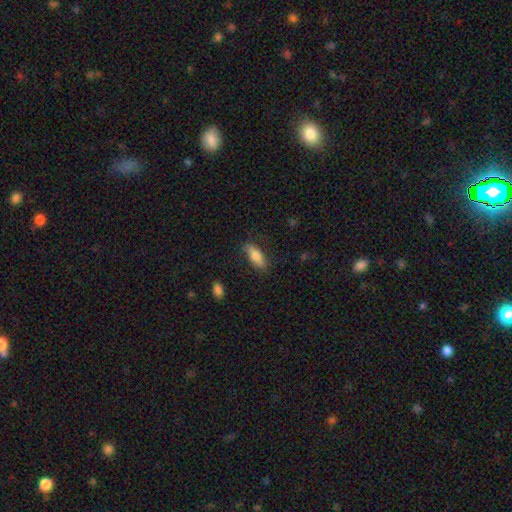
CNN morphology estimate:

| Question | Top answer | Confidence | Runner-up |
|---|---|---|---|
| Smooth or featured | smooth | 75% | featured or disk (18%) |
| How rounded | in between | 74% | cigar-shaped (24%) |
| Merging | none | 79% | minor disturbance (16%) |